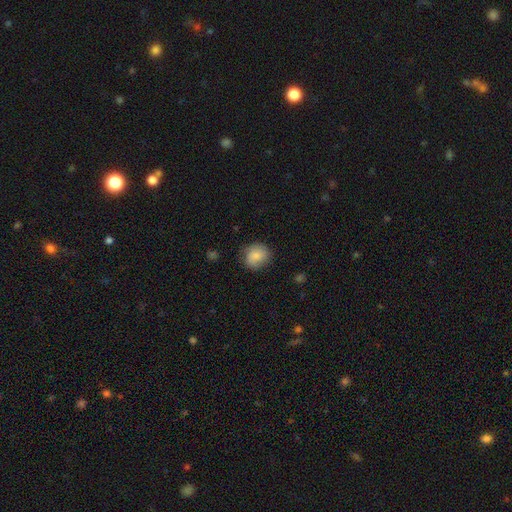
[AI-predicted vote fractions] This appears to be a smooth galaxy with no disk features (83%) that is round (74%). Merging: none (78%).